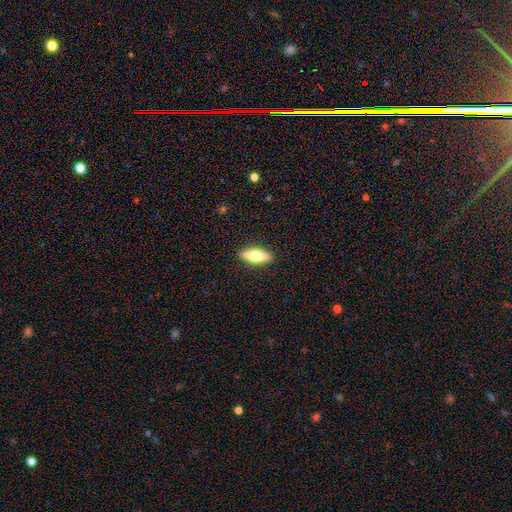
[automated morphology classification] The model was most divided on "smooth or featured": featured or disk: 48%, smooth: 46%, star or artifact: 6%. More confident: merging — none (90%).